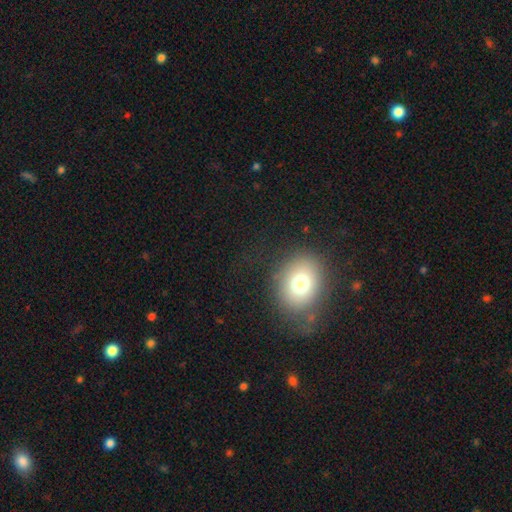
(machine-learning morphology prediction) A smooth galaxy with no disk features (66%) that is round (58%).

Vote fractions:
- Smooth or featured? smooth: 66% / featured or disk: 17% / star or artifact: 17%
- How rounded? round: 58% / in between: 40% / cigar-shaped: 1%
- Merging? none: 72% / minor disturbance: 18% / major disturbance: 9% / merger: 2%